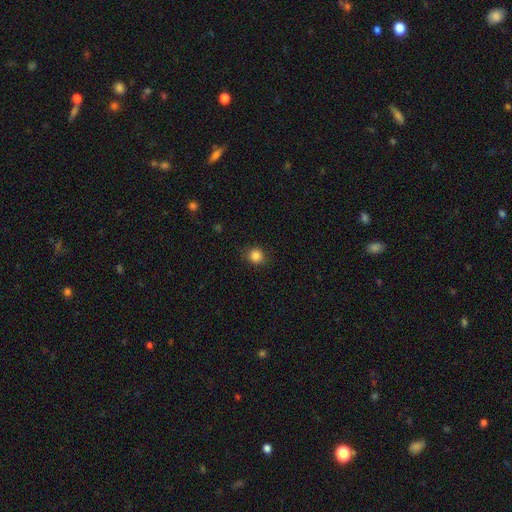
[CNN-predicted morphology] Smooth or featured: smooth — 85% (star or artifact — 11%)
How rounded: round — 88% (in between — 11%)
Merging: none — 87% (minor disturbance — 9%)